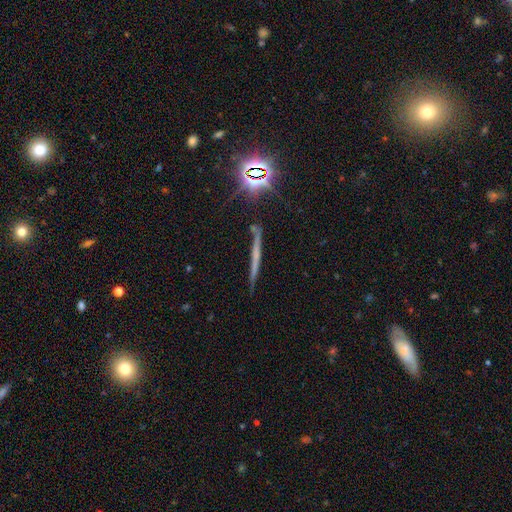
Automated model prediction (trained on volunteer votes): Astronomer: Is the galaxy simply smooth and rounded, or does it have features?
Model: featured or disk — 44% (runner-up: smooth, 31%).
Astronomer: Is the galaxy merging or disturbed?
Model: none — 82%.